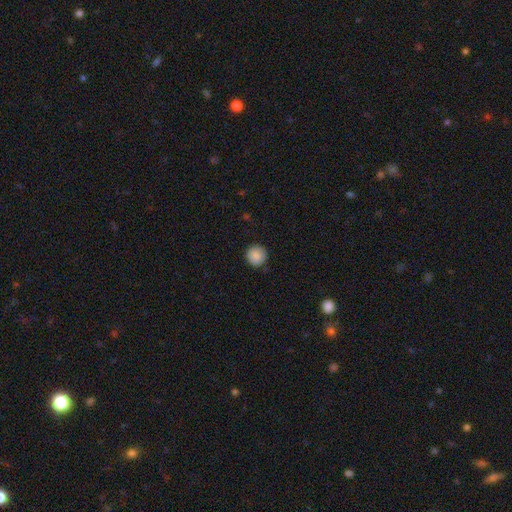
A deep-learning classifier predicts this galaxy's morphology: Q: Smooth or featured?
A: smooth (88%); runner-up: star or artifact (8%)
Q: How rounded?
A: round (94%); runner-up: in between (5%)
Q: Merging?
A: none (89%); runner-up: minor disturbance (8%)